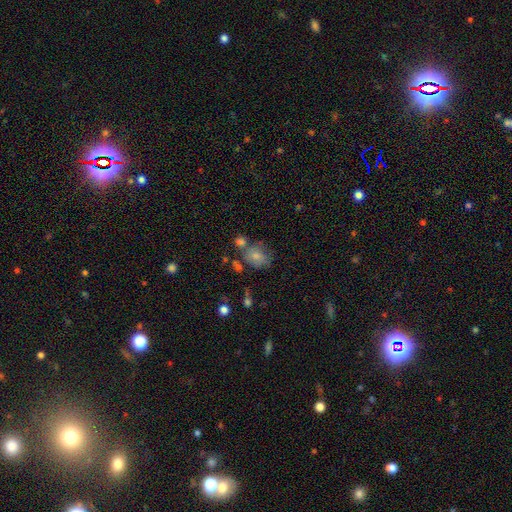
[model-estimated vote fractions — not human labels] This is likely a smooth galaxy (72%). How rounded: possibly round (50%). Merging: possibly none (47%).